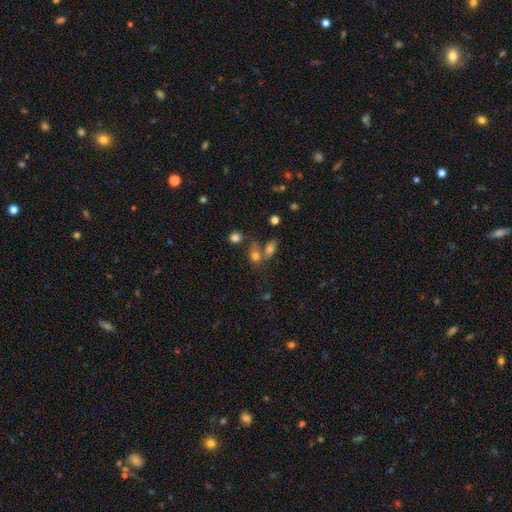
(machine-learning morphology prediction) A smooth galaxy with no disk features (71%) that is in between round and cigar-shaped (58%).

Vote fractions:
- Smooth or featured? smooth: 71% / star or artifact: 15% / featured or disk: 13%
- How rounded? in between: 58% / round: 38% / cigar-shaped: 4%
- Merging? merger: 48% / none: 35% / minor disturbance: 10% / major disturbance: 7%